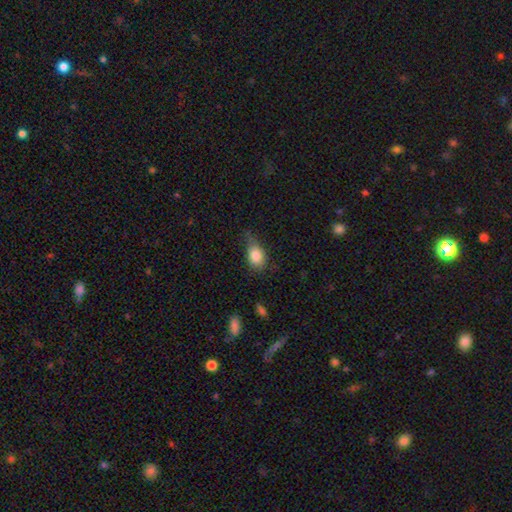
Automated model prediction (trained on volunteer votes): The model was most divided on "merging": none: 47%, minor disturbance: 38%, major disturbance: 12%, merger: 2%. More confident: smooth or featured — smooth (83%); how rounded — in between (72%).